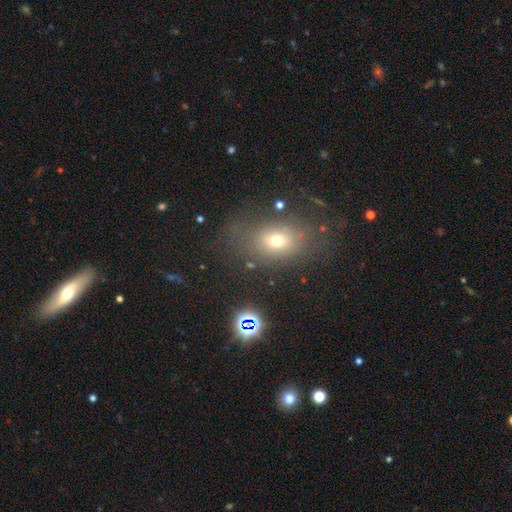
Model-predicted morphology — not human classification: Overall: smooth (44%; featured or disk 30%). Merging: none (75%).